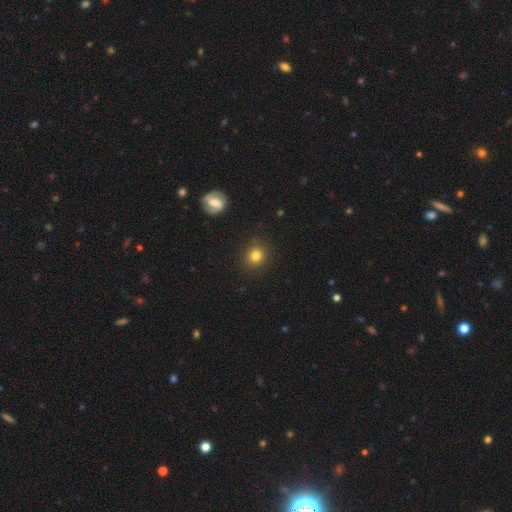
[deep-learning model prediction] This appears to be a smooth galaxy with no disk features (81%) that is round (87%). Merging: none (88%).